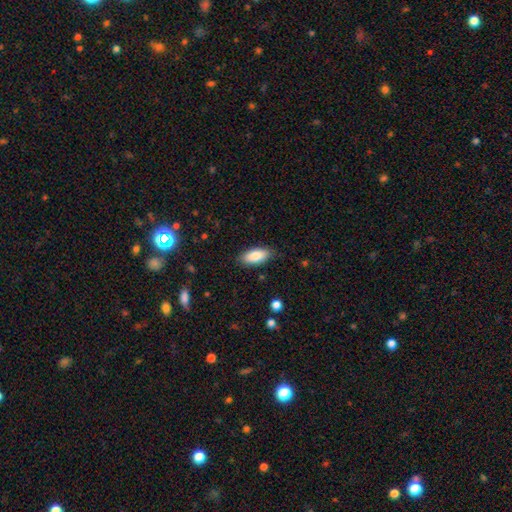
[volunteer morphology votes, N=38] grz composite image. It shows a smooth galaxy with no disk features (87%) that is in between round and cigar-shaped (76%). Merging: none (91%).